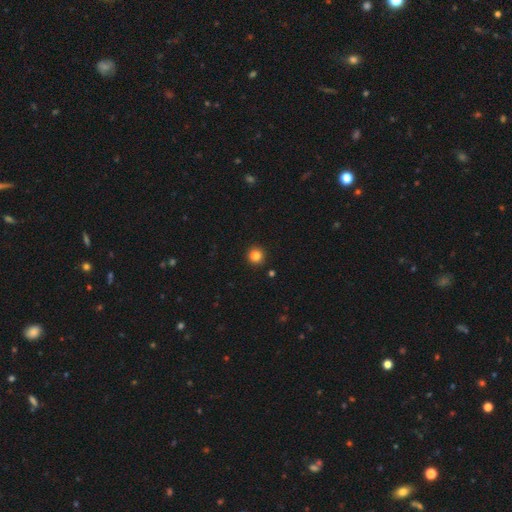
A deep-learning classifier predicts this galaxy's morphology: smooth-or-featured: smooth: 85% | star or artifact: 11% | featured or disk: 4%
  how-rounded: round: 95% | in between: 4% | cigar-shaped: 1%
  merging: none: 93% | minor disturbance: 5% | major disturbance: 2% | merger: 1%